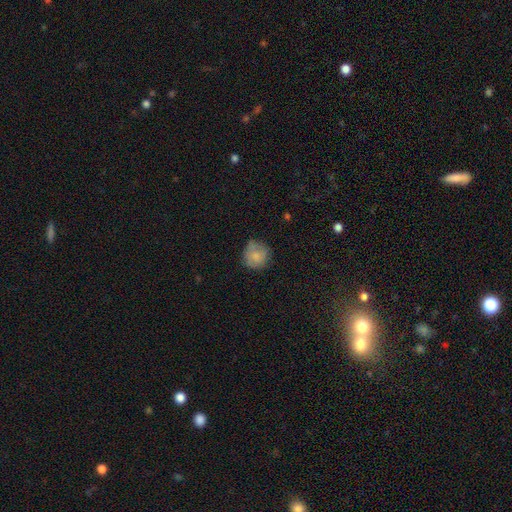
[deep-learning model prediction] smooth-or-featured: smooth: 78% | featured or disk: 14% | star or artifact: 8%
  how-rounded: round: 89% | in between: 10% | cigar-shaped: 1%
  merging: none: 67% | minor disturbance: 24% | major disturbance: 6% | merger: 3%